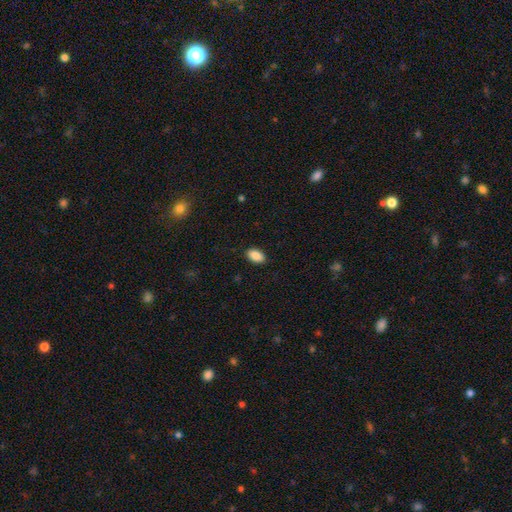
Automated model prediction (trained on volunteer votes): A smooth galaxy with no disk features (89%) that is in between round and cigar-shaped (93%).

Vote fractions:
- Smooth or featured? smooth: 89% / star or artifact: 7% / featured or disk: 4%
- How rounded? in between: 93% / round: 6% / cigar-shaped: 2%
- Merging? none: 89% / minor disturbance: 8% / major disturbance: 2% / merger: 1%